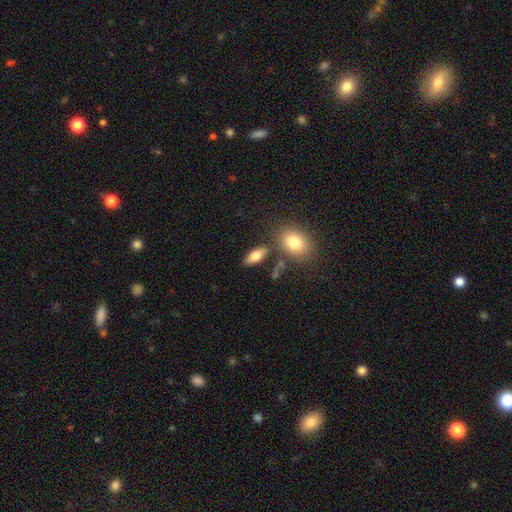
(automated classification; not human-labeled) Smooth or featured? smooth (75%)
How rounded? in between (82%)
Merging? none (76%)